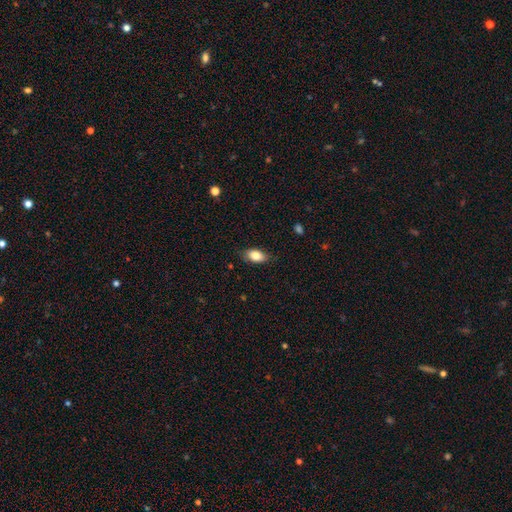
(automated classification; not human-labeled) Morphology: type=smooth (82%); roundness=in between (89%); merging=none (80%).